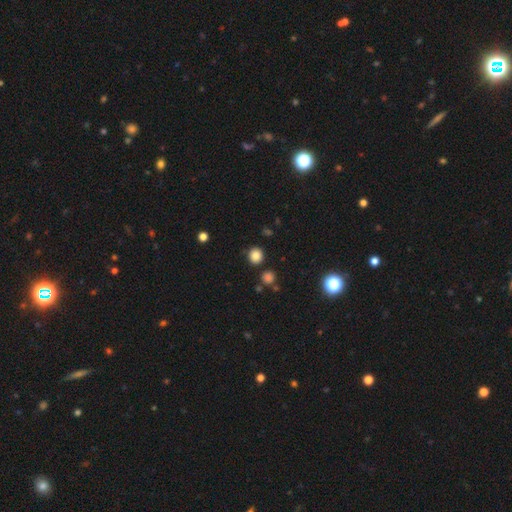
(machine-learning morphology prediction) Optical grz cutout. It shows a smooth galaxy with no disk features (84%) that is round (87%). Merging: none (86%).